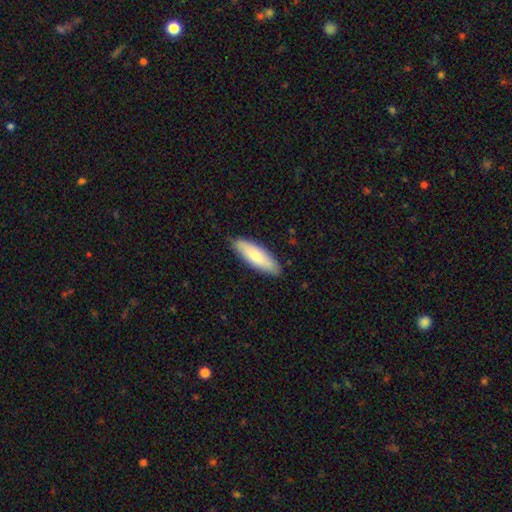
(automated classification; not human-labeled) smooth_or_featured: smooth (p=0.77) [alt: featured or disk p=0.18]
how_rounded: in between (p=0.52) [alt: cigar-shaped p=0.47]
merging: none (p=0.86) [alt: minor disturbance p=0.11]